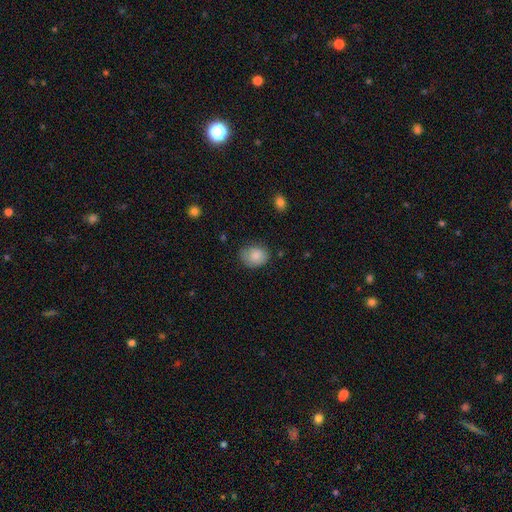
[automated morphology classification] smooth 85%, star or artifact 8%, featured or disk 7%. Down the decision tree: how rounded — in between (50%); merging — none (69%).